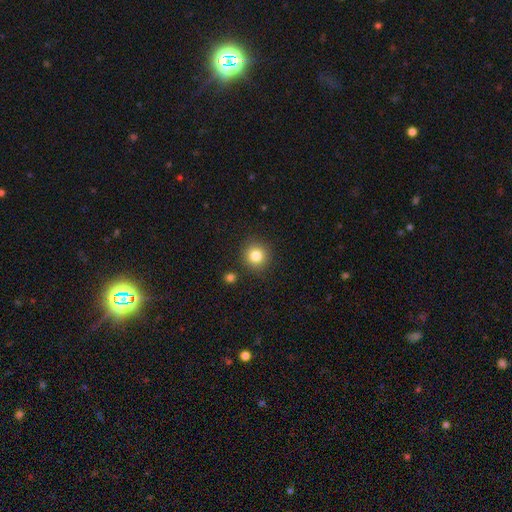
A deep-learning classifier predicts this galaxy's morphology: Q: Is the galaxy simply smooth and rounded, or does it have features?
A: smooth — 83%.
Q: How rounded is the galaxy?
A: round — 92%.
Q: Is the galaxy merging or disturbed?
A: none — 87%.